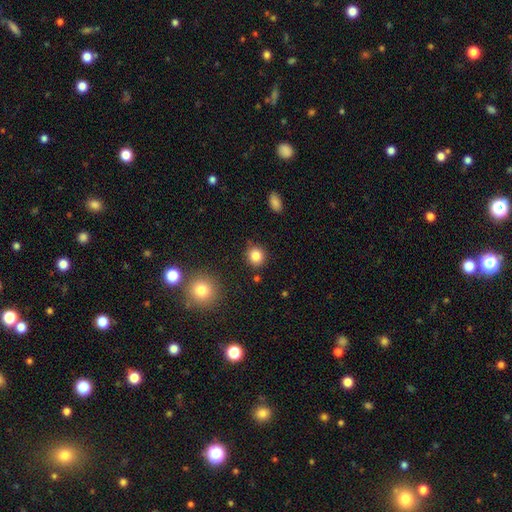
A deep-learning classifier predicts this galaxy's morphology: Overall: smooth (85%). How rounded: round (87%). Merging: none (86%).